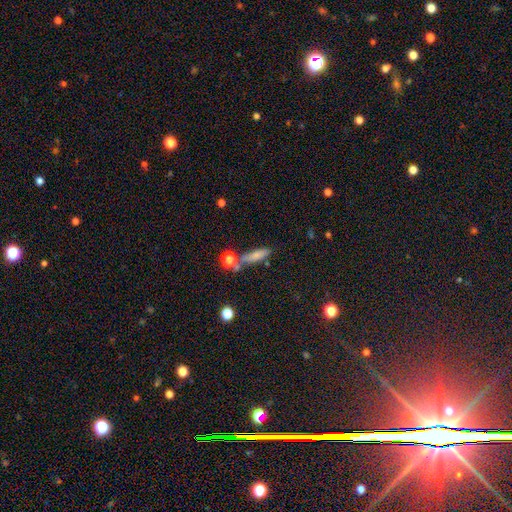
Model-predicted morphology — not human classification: smooth_or_featured: smooth (p=0.72) [alt: featured or disk p=0.17]
how_rounded: cigar-shaped (p=0.69) [alt: in between p=0.26]
merging: none (p=0.64) [alt: minor disturbance p=0.16]